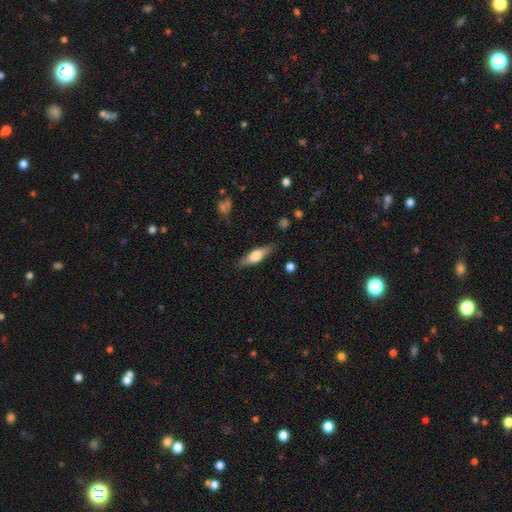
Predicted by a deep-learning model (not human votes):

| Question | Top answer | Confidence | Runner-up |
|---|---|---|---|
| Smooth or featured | smooth | 56% | featured or disk (38%) |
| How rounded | cigar-shaped | 55% | in between (42%) |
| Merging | none | 84% | minor disturbance (12%) |